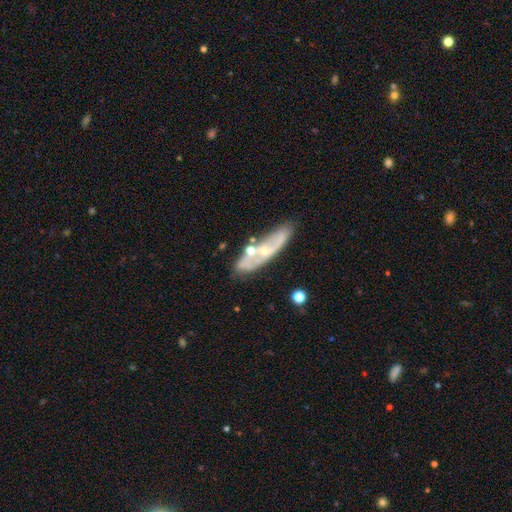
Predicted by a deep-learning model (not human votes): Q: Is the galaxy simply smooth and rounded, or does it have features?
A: featured or disk — 57%.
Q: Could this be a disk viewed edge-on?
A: no — 61%.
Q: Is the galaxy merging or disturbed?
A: none — 60%.